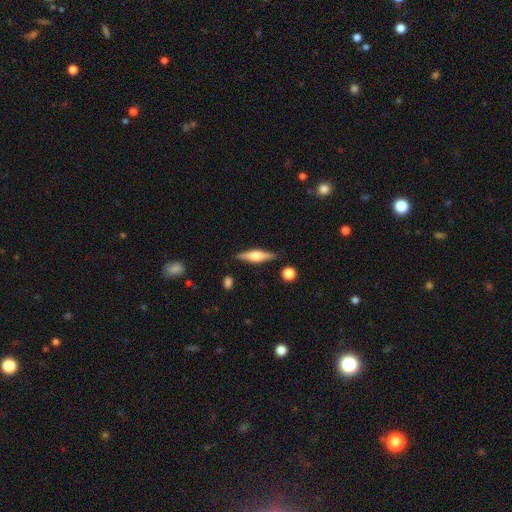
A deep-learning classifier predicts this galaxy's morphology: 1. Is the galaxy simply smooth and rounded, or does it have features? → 54% featured or disk, 40% smooth, 6% star or artifact.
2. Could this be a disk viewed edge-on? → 95% yes, 5% no.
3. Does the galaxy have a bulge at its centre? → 86% rounded, 11% boxy, 4% none.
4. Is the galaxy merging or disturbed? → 85% none, 10% minor disturbance, 3% merger, 2% major disturbance.